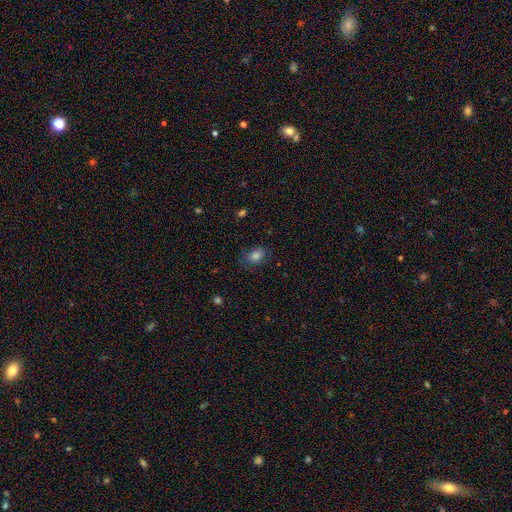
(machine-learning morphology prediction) Smooth or featured? smooth (79%)
How rounded? in between (63%)
Merging? none (75%)